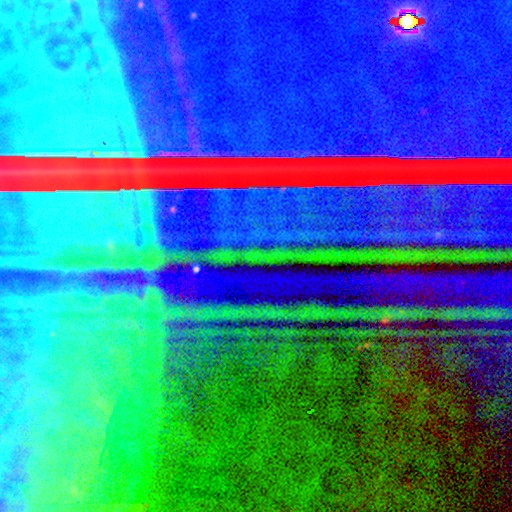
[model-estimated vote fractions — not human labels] The model was most divided on "smooth or featured": star or artifact: 83%, featured or disk: 10%, smooth: 7%.